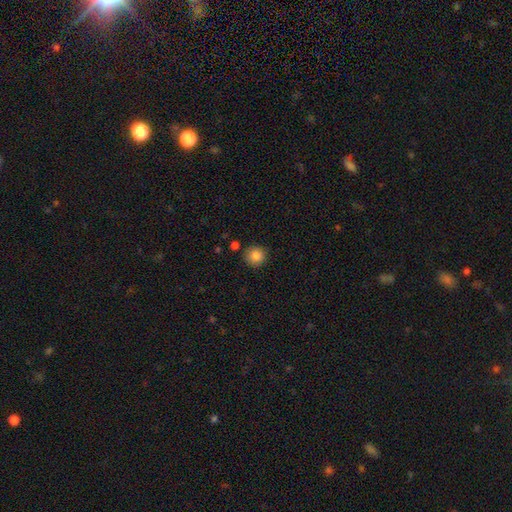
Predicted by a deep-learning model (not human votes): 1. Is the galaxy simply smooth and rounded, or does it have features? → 84% smooth, 10% star or artifact, 6% featured or disk.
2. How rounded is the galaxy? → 94% round, 5% in between, 1% cigar-shaped.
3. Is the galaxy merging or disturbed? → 87% none, 8% minor disturbance, 3% merger, 2% major disturbance.